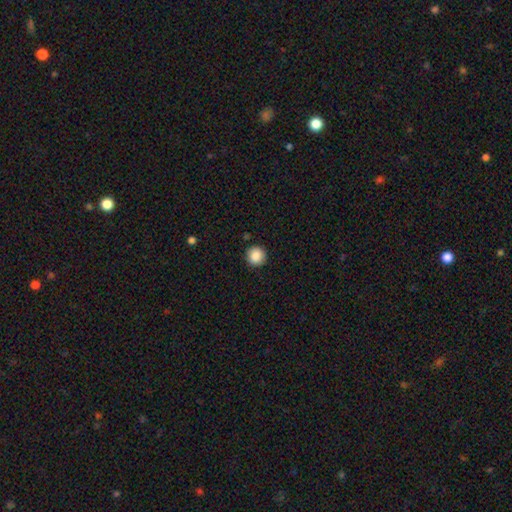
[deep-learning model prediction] Morphology: type=smooth (88%); roundness=round (95%); merging=none (91%).